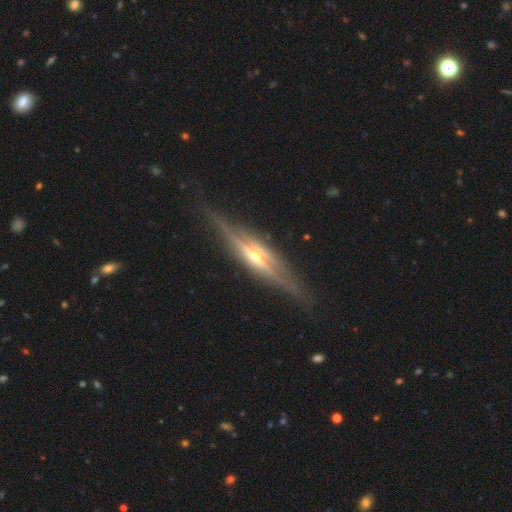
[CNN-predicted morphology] Q: Smooth or featured?
A: featured or disk (86%); runner-up: smooth (8%)
Q: Edge-on disk?
A: yes (96%); runner-up: no (4%)
Q: Edge-on bulge?
A: rounded (83%); runner-up: boxy (11%)
Q: Merging?
A: none (83%); runner-up: minor disturbance (12%)